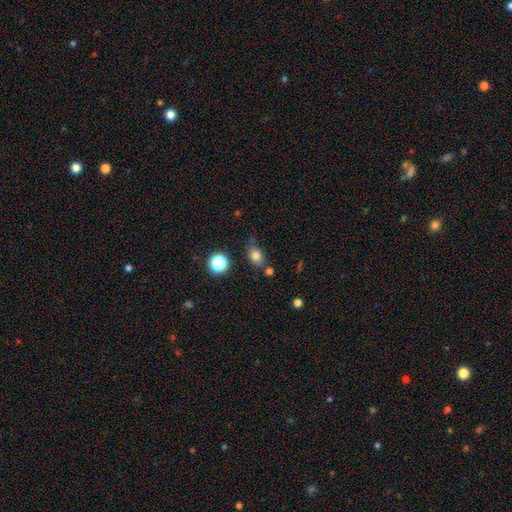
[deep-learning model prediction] Smooth or featured: smooth — 77% (star or artifact — 13%)
How rounded: in between — 68% (round — 30%)
Merging: none — 67% (minor disturbance — 20%)